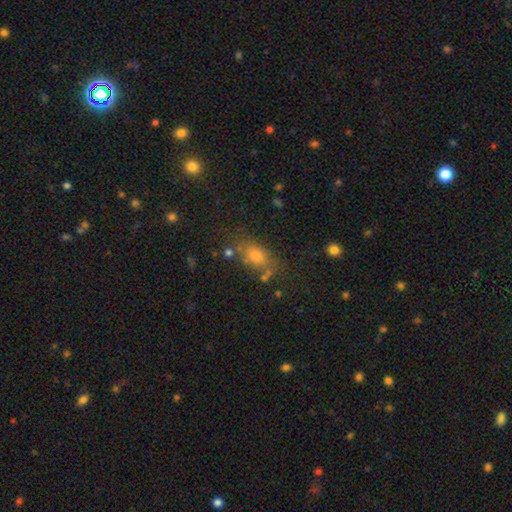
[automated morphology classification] Smooth or featured? Predicted: smooth (p=0.71). How rounded? Predicted: in between (p=0.69). Merging? Predicted: none (p=0.69).